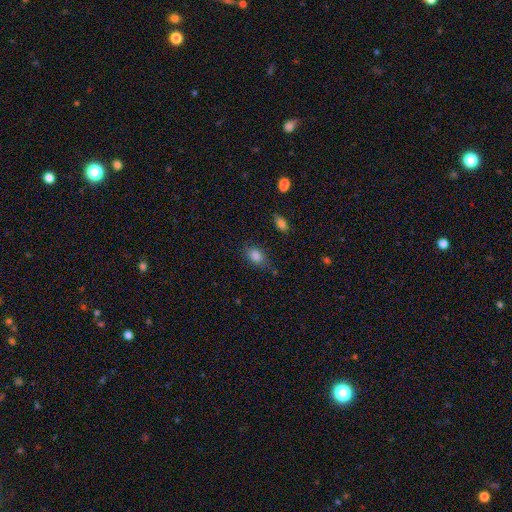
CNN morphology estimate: The model was most divided on "merging": none: 70%, minor disturbance: 21%, major disturbance: 6%, merger: 3%. More confident: smooth or featured — smooth (83%); how rounded — in between (82%).